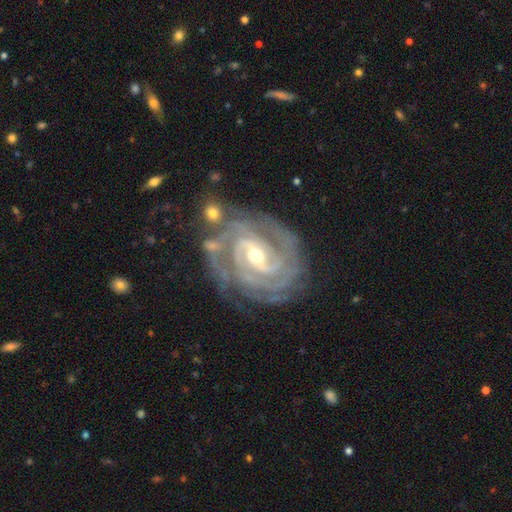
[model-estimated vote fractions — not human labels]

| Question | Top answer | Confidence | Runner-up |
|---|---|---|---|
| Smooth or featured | featured or disk | 93% | star or artifact (4%) |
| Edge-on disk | no | 97% | yes (3%) |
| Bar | weak | 45% | strong (36%) |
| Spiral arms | yes | 98% | no (2%) |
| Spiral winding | tight | 75% | medium (22%) |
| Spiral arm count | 3 | 31% | 2 (22%) |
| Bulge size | moderate | 50% | small (47%) |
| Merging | none | 71% | minor disturbance (17%) |